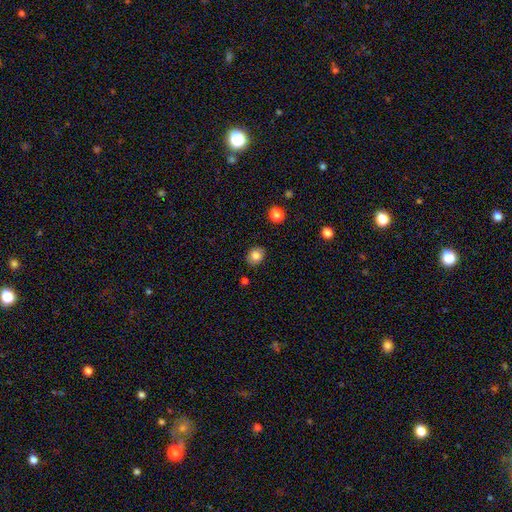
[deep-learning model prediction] Smooth or featured: smooth — 81% (star or artifact — 10%)
How rounded: in between — 51% (round — 48%)
Merging: none — 86% (minor disturbance — 10%)